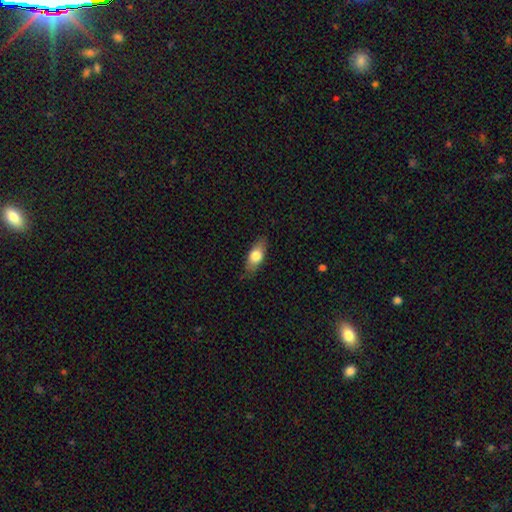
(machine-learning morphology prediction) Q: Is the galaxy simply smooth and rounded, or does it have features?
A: smooth — 72%.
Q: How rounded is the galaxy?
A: in between — 80%.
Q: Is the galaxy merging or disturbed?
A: none — 81%.